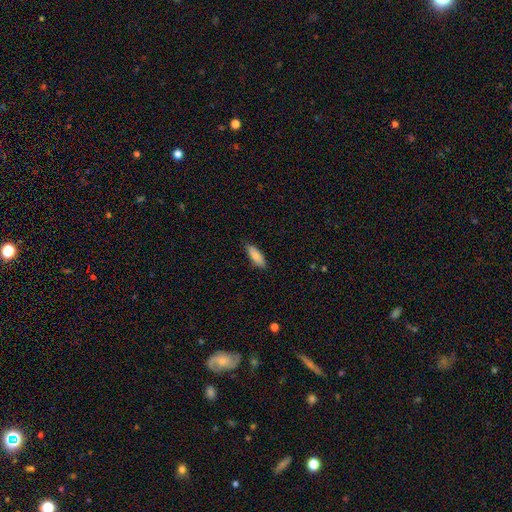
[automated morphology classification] Overall: smooth (83%). How rounded: in between (58%; cigar-shaped 40%). Merging: none (83%).